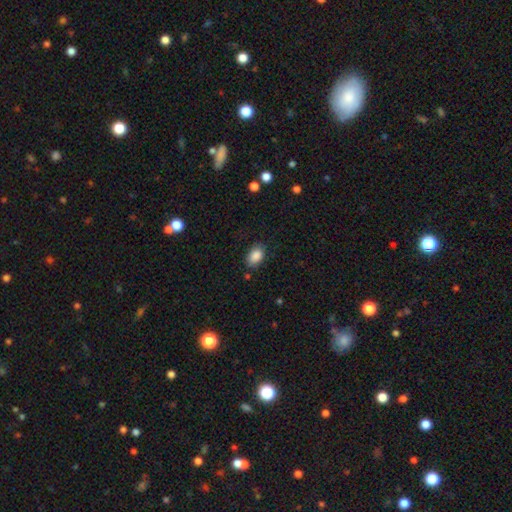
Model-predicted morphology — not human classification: This appears to be a smooth galaxy with no disk features (88%) that is in between round and cigar-shaped (89%). Merging: none (78%).